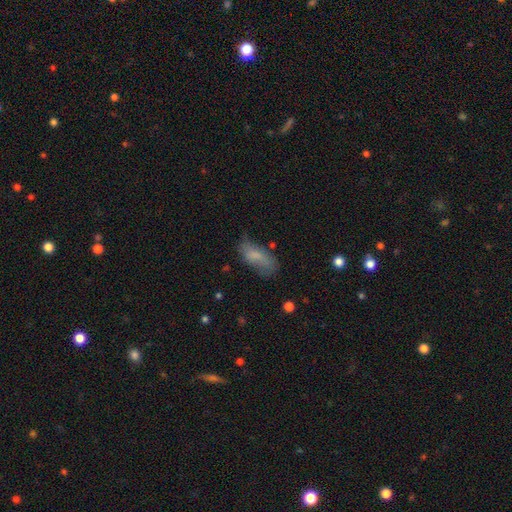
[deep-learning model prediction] Morphology: type=smooth (70%); roundness=in between (78%); merging=none (51%).